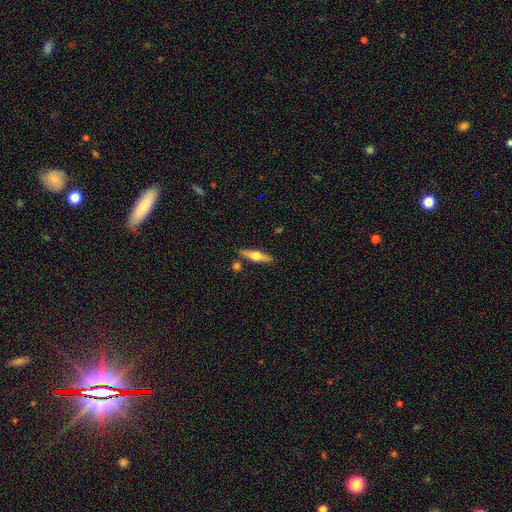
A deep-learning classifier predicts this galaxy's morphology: Smooth or featured? featured or disk (61%)
Edge-on disk? yes (95%)
Edge-on bulge? rounded (95%)
Merging? none (83%)